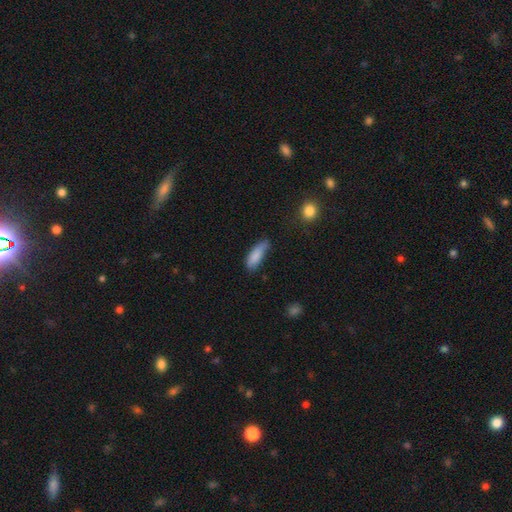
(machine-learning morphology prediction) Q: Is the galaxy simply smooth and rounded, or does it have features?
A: smooth — 83%.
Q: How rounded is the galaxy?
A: in between — 59%.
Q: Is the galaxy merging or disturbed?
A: none — 48%.